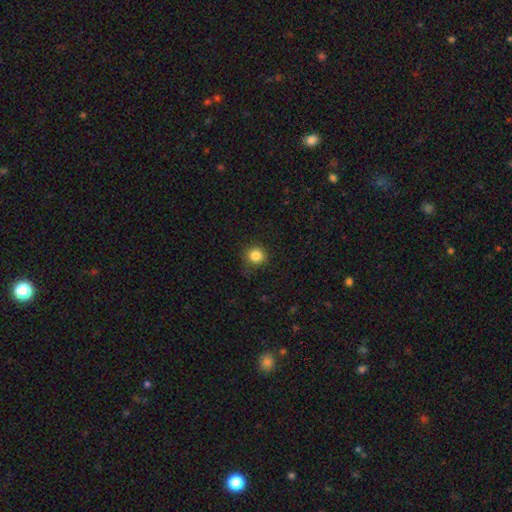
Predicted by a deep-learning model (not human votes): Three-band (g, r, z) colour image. It shows a smooth galaxy with no disk features (83%) that is round (89%). Merging: none (82%).